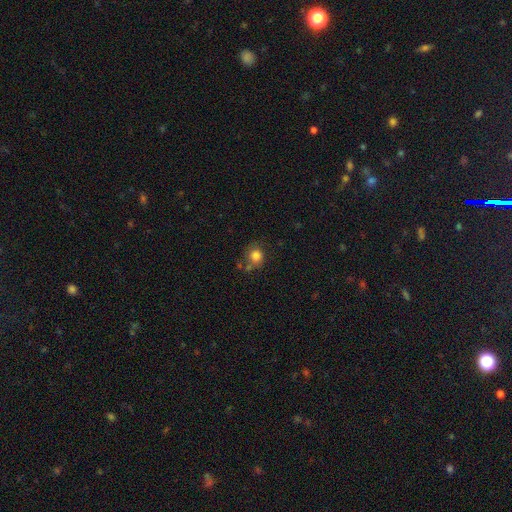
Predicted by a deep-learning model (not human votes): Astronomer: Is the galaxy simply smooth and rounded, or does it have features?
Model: smooth — 82%.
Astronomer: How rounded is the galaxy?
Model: round — 80%.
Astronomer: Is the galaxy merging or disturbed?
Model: none — 61%.